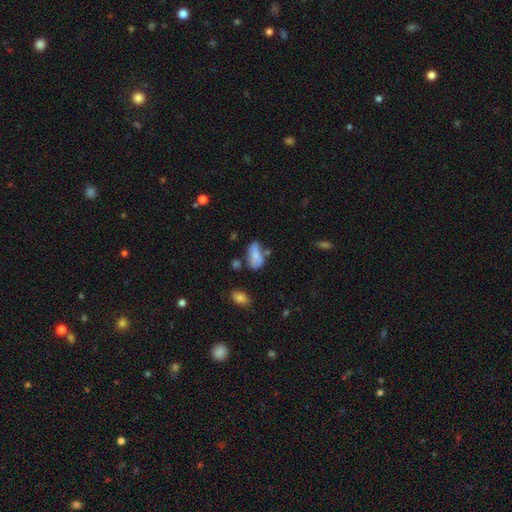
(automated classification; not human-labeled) Morphology: type=smooth (70%); roundness=in between (91%); merging=none (38%).